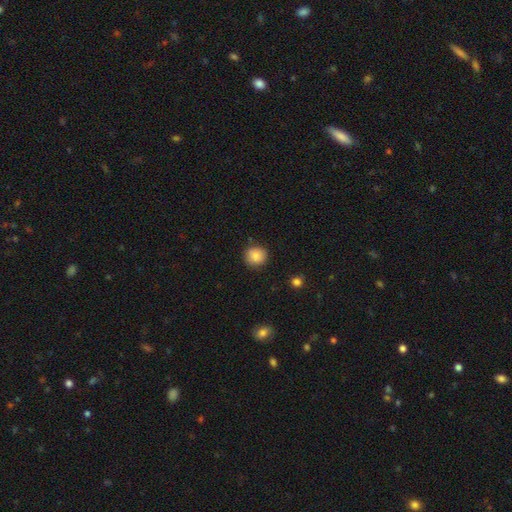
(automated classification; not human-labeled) smooth-or-featured: smooth: 86% | star or artifact: 9% | featured or disk: 5%
  how-rounded: round: 88% | in between: 11% | cigar-shaped: 1%
  merging: none: 87% | minor disturbance: 9% | major disturbance: 2% | merger: 2%